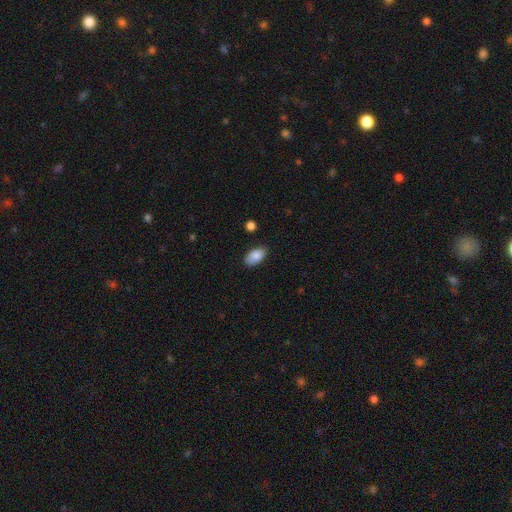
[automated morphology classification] type=smooth (86%); roundness=in between (93%); merging=none (82%).